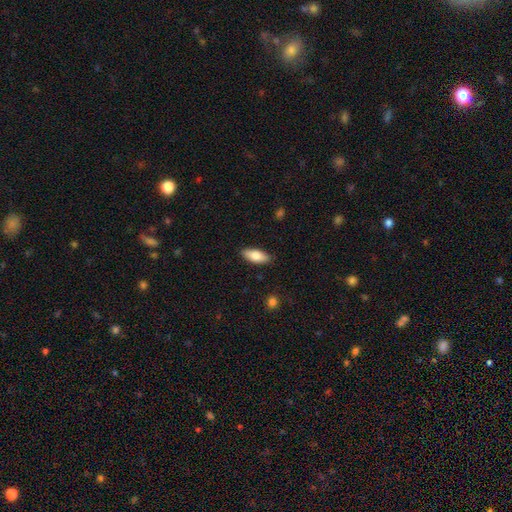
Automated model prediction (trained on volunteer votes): A smooth galaxy with no disk features (80%) that is in between round and cigar-shaped (79%).

Vote fractions:
- Smooth or featured? smooth: 80% / featured or disk: 14% / star or artifact: 6%
- How rounded? in between: 79% / cigar-shaped: 19% / round: 2%
- Merging? none: 88% / minor disturbance: 9% / major disturbance: 2% / merger: 1%